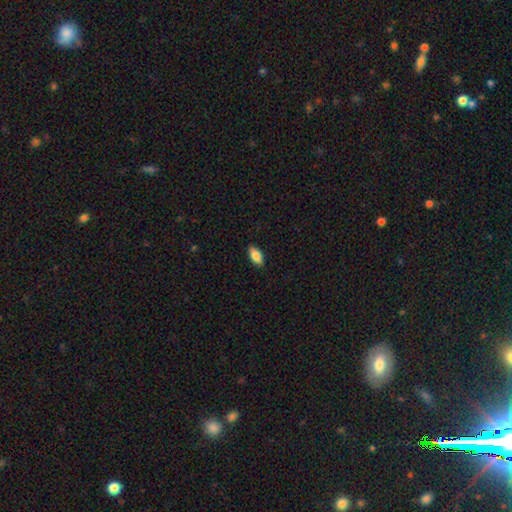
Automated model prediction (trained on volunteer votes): Smooth or featured? Predicted: smooth (p=0.83). How rounded? Predicted: in between (p=0.91). Merging? Predicted: none (p=0.89).